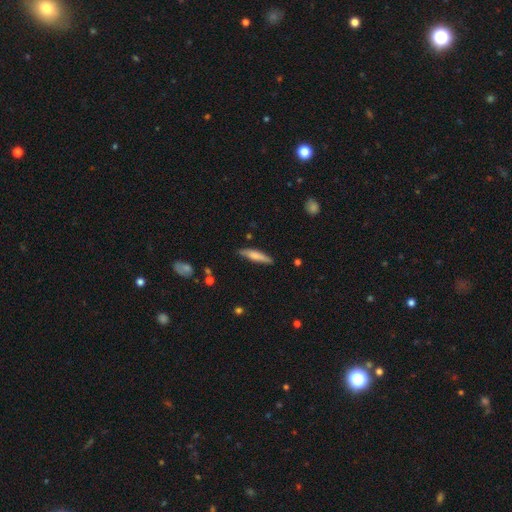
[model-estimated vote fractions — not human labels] A smooth galaxy with no disk features (71%) that is cigar-shaped (83%).

Vote fractions:
- Smooth or featured? smooth: 71% / featured or disk: 24% / star or artifact: 6%
- How rounded? cigar-shaped: 83% / in between: 16% / round: 2%
- Merging? none: 82% / minor disturbance: 14% / major disturbance: 2% / merger: 2%